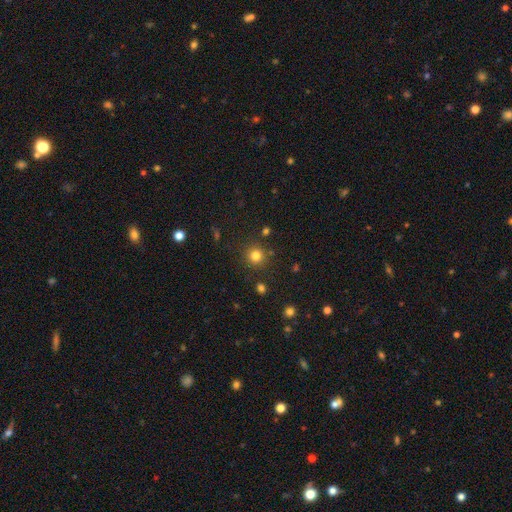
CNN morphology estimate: Q: Smooth or featured?
A: smooth (80%); runner-up: star or artifact (14%)
Q: How rounded?
A: round (93%); runner-up: in between (6%)
Q: Merging?
A: none (87%); runner-up: minor disturbance (7%)